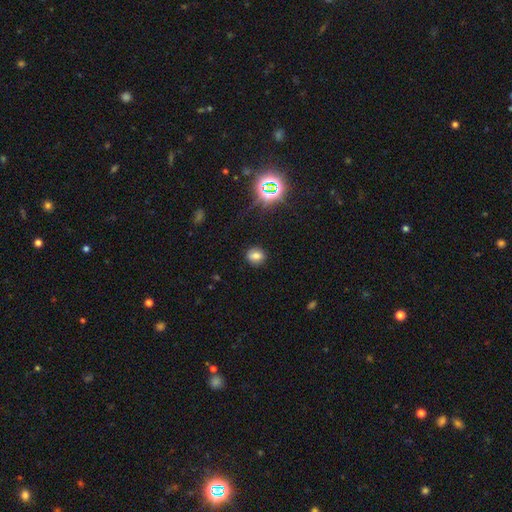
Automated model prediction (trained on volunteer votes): smooth_or_featured: smooth (p=0.71) [alt: star or artifact p=0.19]
how_rounded: round (p=0.57) [alt: in between p=0.41]
merging: none (p=0.87) [alt: minor disturbance p=0.08]